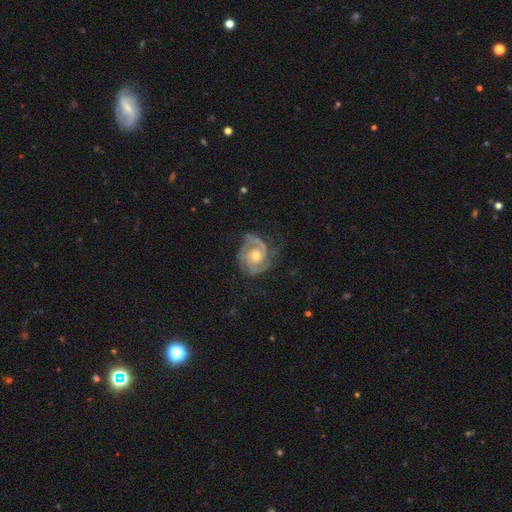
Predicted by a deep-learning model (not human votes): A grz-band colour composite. It shows a featured or disk galaxy (91%) with no bar (69%), 2 (55%) tight (56%) spiral arms (98%) and a moderate central bulge (57%). Merging: none (70%).